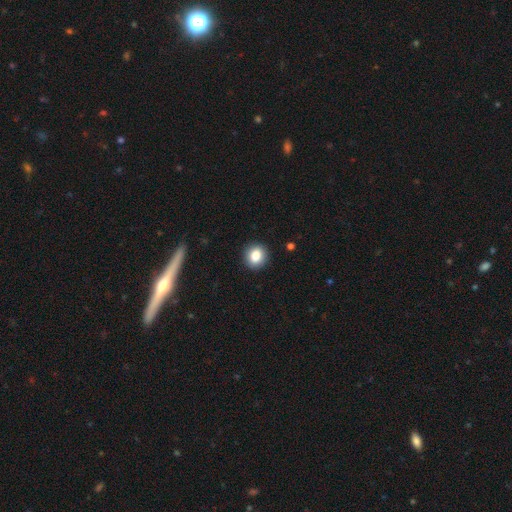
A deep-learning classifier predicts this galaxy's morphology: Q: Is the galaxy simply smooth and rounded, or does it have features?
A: smooth — 84%.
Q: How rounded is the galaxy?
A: round — 79%.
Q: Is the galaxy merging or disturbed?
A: none — 91%.